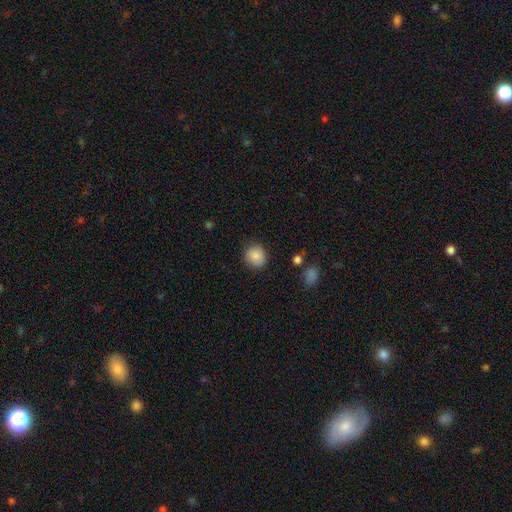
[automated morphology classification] Smooth or featured? Predicted: smooth (p=0.86). How rounded? Predicted: round (p=0.83). Merging? Predicted: none (p=0.85).